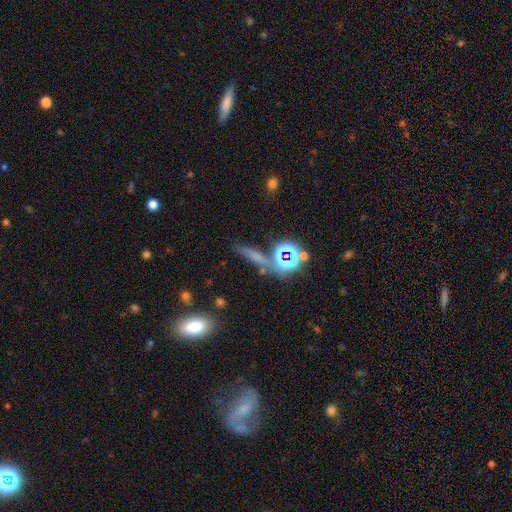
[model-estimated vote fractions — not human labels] smooth_or_featured: star or artifact (p=0.41) [alt: smooth p=0.39]